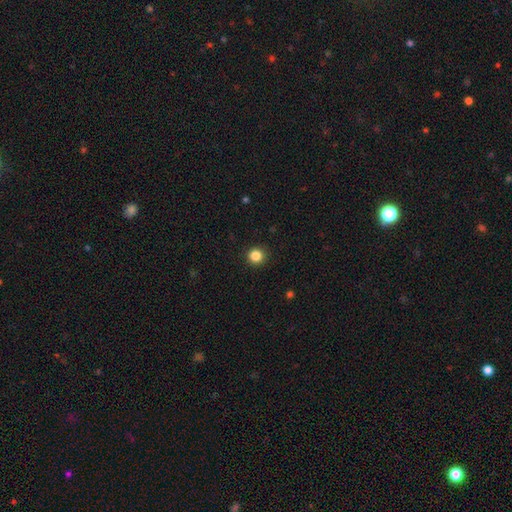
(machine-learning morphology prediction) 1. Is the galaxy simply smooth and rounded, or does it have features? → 85% smooth, 12% star or artifact, 4% featured or disk.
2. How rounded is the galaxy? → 94% round, 5% in between, 1% cigar-shaped.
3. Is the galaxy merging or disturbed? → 93% none, 5% minor disturbance, 2% major disturbance, 1% merger.